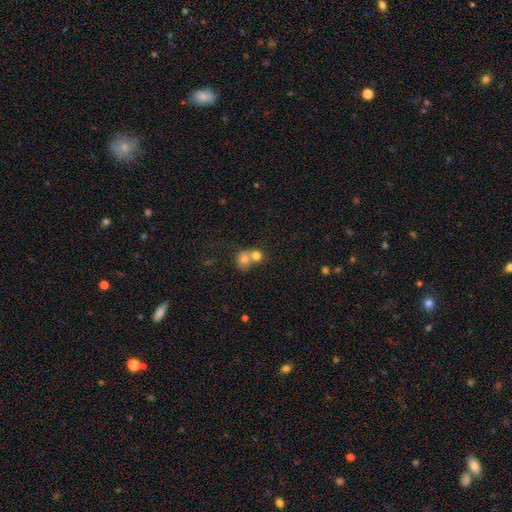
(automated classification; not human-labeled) Smooth or featured: smooth — 74% (featured or disk — 16%)
How rounded: round — 72% (in between — 27%)
Merging: merger — 68% (none — 24%)